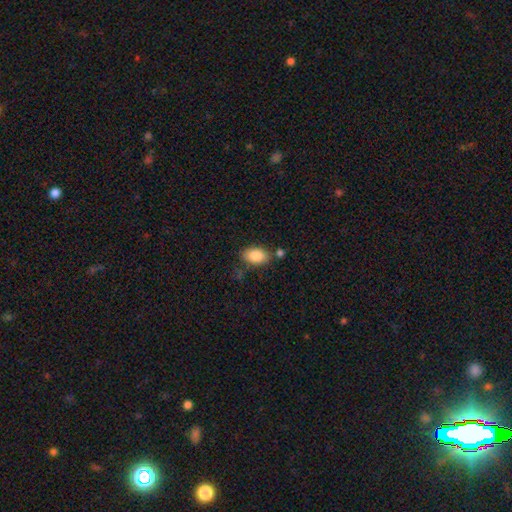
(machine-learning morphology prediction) Q: Smooth or featured?
A: smooth (86%); runner-up: star or artifact (7%)
Q: How rounded?
A: in between (91%); runner-up: round (7%)
Q: Merging?
A: none (74%); runner-up: minor disturbance (14%)